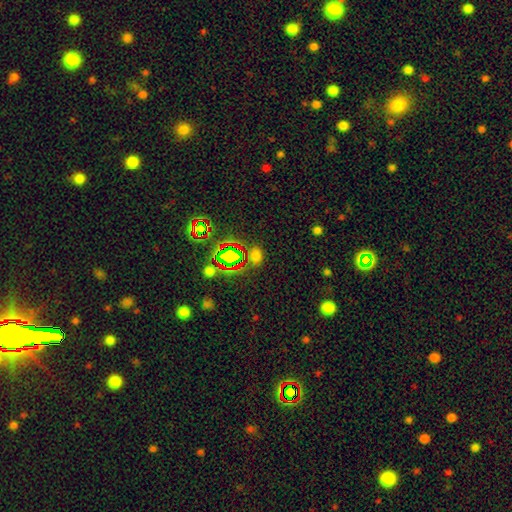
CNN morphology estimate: A smooth galaxy with no disk features (56%) that is round (49%, tied with in between). Merging: none (74%).